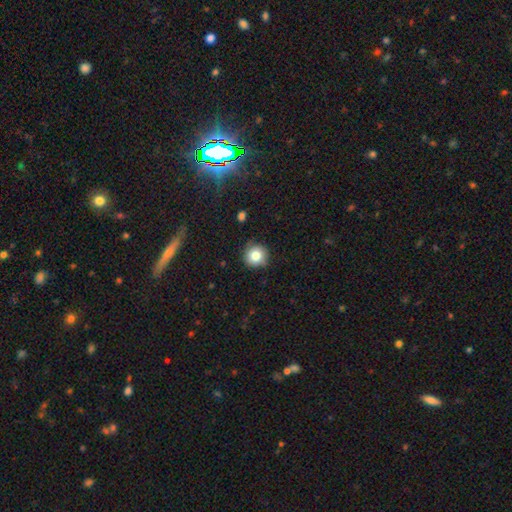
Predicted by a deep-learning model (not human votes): Q: Smooth or featured?
A: smooth (81%); runner-up: star or artifact (11%)
Q: How rounded?
A: round (94%); runner-up: in between (5%)
Q: Merging?
A: none (86%); runner-up: minor disturbance (11%)